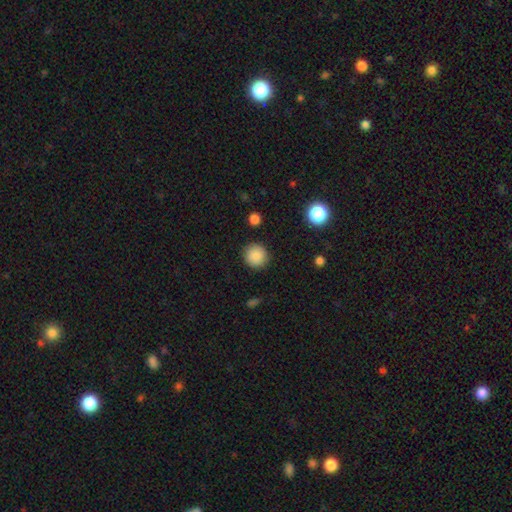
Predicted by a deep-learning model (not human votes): Q: Smooth or featured?
A: smooth (88%); runner-up: star or artifact (9%)
Q: How rounded?
A: round (94%); runner-up: in between (5%)
Q: Merging?
A: none (90%); runner-up: minor disturbance (6%)